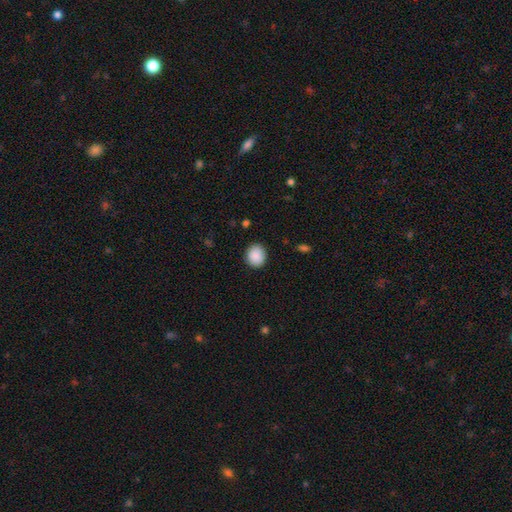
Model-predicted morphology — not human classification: Smooth or featured: smooth — 89% (star or artifact — 7%)
How rounded: round — 68% (in between — 31%)
Merging: none — 89% (minor disturbance — 8%)